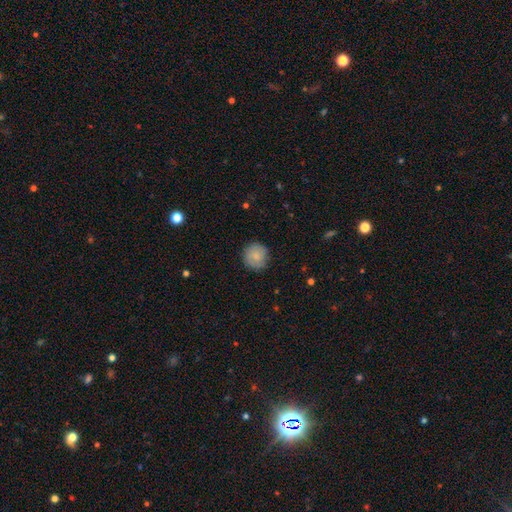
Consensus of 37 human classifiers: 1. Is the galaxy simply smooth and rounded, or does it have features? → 78% smooth, 19% featured or disk, 3% star or artifact.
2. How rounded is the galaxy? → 100% round, 0% in between, 0% cigar-shaped.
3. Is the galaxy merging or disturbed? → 81% none, 19% minor disturbance, 0% major disturbance, 0% merger.